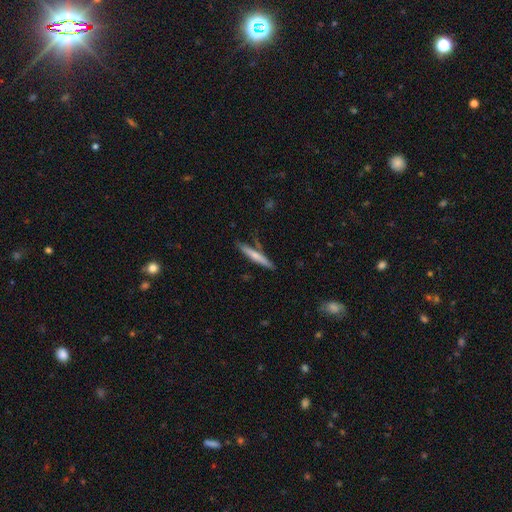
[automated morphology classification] type=smooth (57%); roundness=cigar-shaped (94%); merging=none (79%).